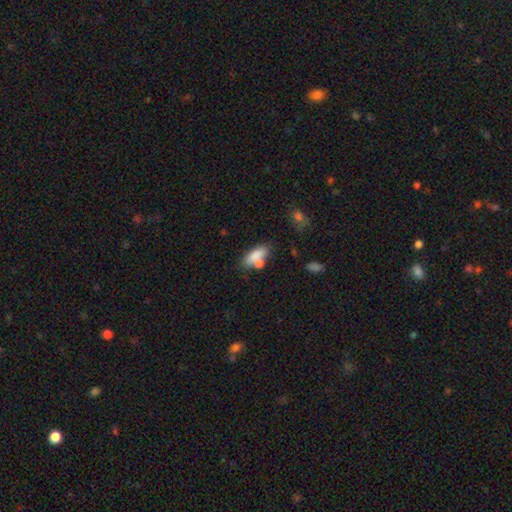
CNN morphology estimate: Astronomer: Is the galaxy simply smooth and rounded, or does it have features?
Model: smooth — 79%.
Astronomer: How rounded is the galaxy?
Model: in between — 69%.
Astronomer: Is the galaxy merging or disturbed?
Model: none — 51% (runner-up: merger, 26%).